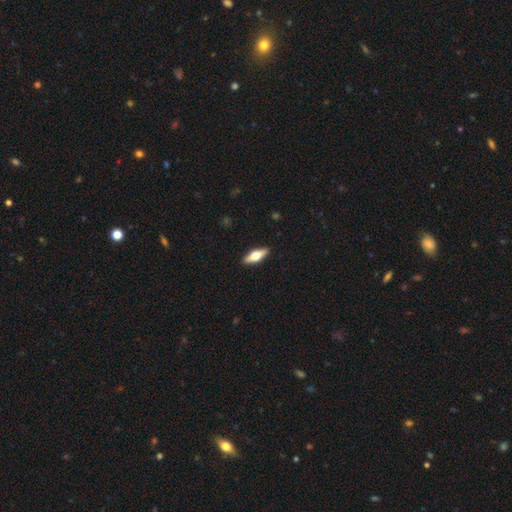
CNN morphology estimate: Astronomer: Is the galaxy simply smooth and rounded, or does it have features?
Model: smooth — 50% (runner-up: featured or disk, 44%).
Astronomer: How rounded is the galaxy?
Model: in between — 55% (runner-up: cigar-shaped, 42%).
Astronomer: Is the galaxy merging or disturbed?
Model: none — 90%.